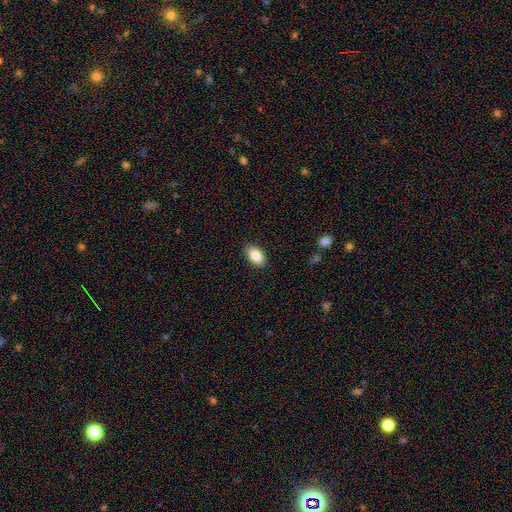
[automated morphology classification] Smooth or featured?
  - smooth: 87% *
  - star or artifact: 7%
  - featured or disk: 5%
How rounded?
  - in between: 92% *
  - round: 6%
  - cigar-shaped: 2%
Merging?
  - none: 89% *
  - minor disturbance: 8%
  - major disturbance: 2%
  - merger: 1%